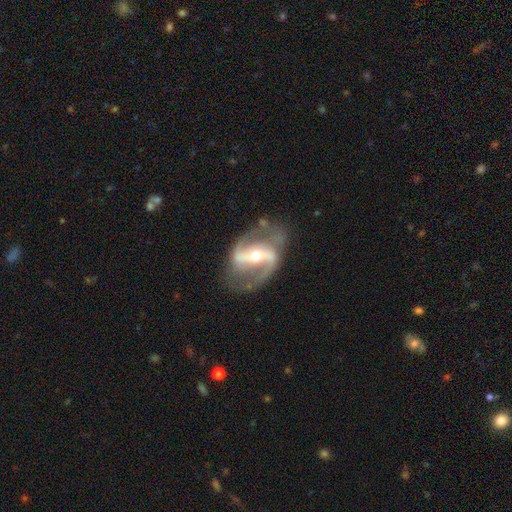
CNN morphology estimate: A featured or disk galaxy (91%) with a strong bar (57%), 2 (92%) medium (46%) spiral arms (96%) and a small central bulge (49%). Merging: none (72%).